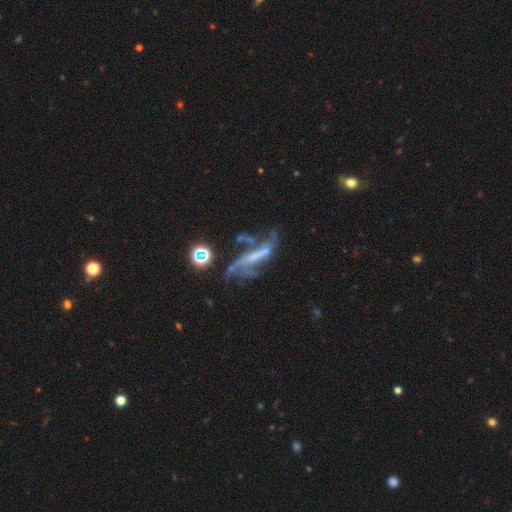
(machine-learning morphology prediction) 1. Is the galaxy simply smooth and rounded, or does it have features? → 71% featured or disk, 15% star or artifact, 14% smooth.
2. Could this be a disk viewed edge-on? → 78% no, 22% yes.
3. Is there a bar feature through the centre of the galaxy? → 38% no, 35% strong, 27% weak.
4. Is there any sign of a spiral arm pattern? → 72% yes, 28% no.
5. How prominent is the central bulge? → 43% none, 34% small, 18% moderate, 4% large, 2% dominant.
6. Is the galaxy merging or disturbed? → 33% none, 32% major disturbance, 18% merger, 16% minor disturbance.